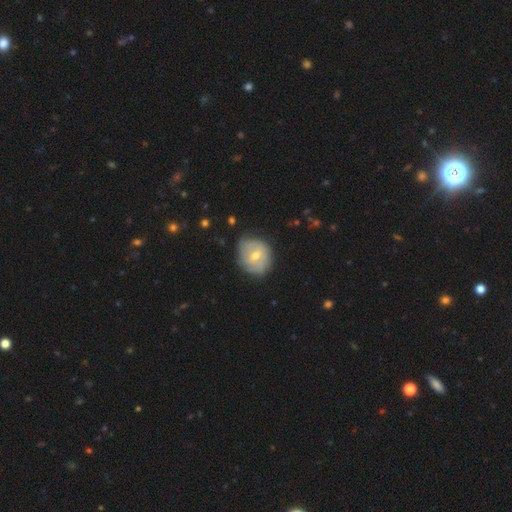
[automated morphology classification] Smooth or featured? Predicted: featured or disk (p=0.47). Merging? Predicted: none (p=0.64).